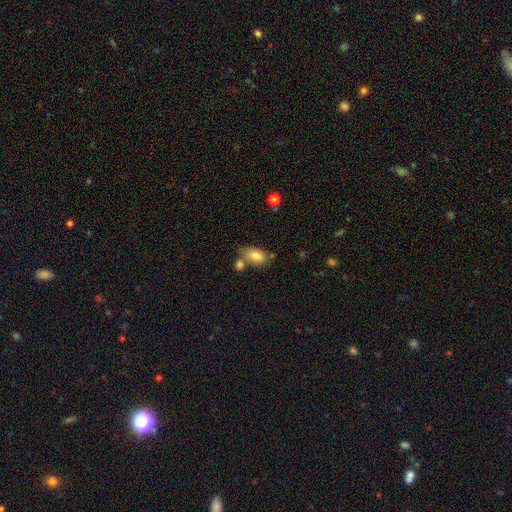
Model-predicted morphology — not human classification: smooth 80%, featured or disk 13%, star or artifact 8%. Down the decision tree: how rounded — in between (91%); merging — none (56%).